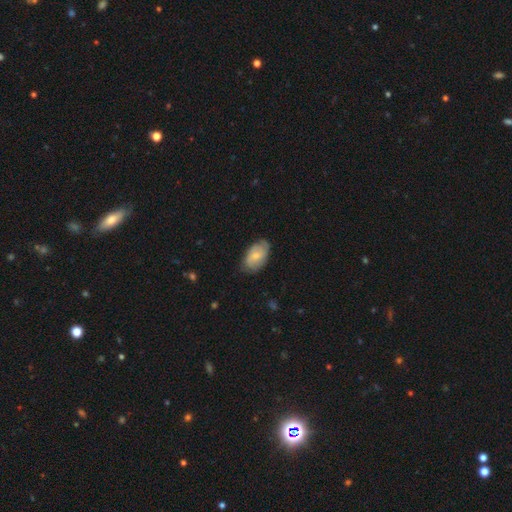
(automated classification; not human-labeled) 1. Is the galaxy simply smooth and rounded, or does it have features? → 55% smooth, 38% featured or disk, 6% star or artifact.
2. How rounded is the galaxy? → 92% in between, 7% round, 2% cigar-shaped.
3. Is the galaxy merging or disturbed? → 71% none, 24% minor disturbance, 5% major disturbance, 1% merger.